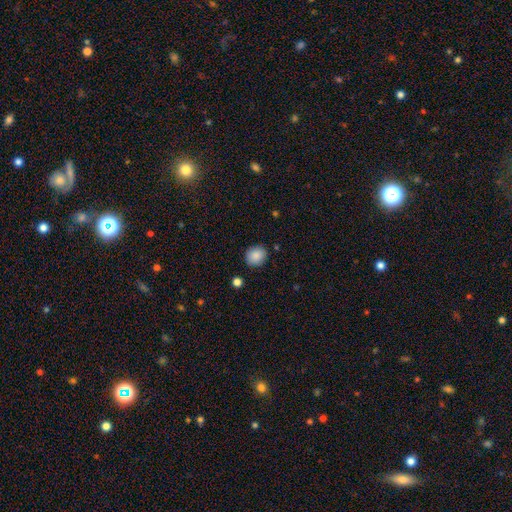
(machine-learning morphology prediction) Q: Smooth or featured?
A: smooth (87%); runner-up: star or artifact (8%)
Q: How rounded?
A: round (71%); runner-up: in between (28%)
Q: Merging?
A: none (86%); runner-up: minor disturbance (9%)